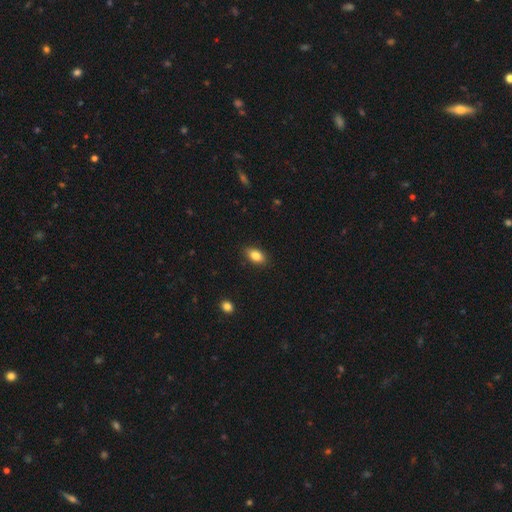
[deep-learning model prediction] A smooth galaxy with no disk features (84%) that is in between round and cigar-shaped (89%).

Vote fractions:
- Smooth or featured? smooth: 84% / star or artifact: 8% / featured or disk: 8%
- How rounded? in between: 89% / round: 8% / cigar-shaped: 3%
- Merging? none: 88% / minor disturbance: 9% / major disturbance: 2% / merger: 1%